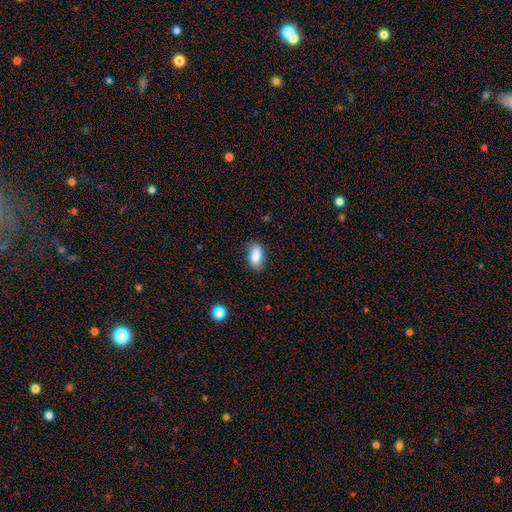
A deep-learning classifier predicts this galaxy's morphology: A smooth galaxy with no disk features (86%) that is in between round and cigar-shaped (91%). Merging: none (83%).